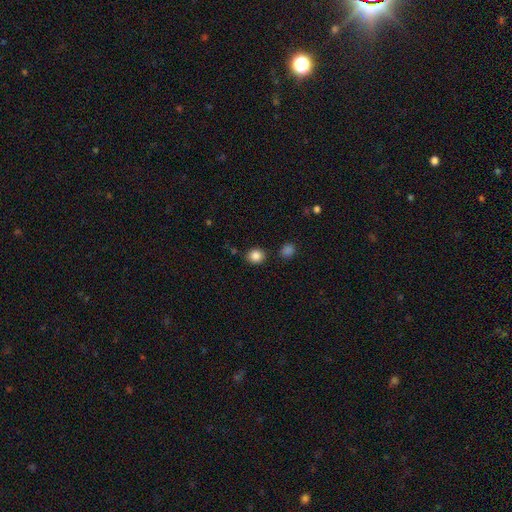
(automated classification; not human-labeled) Smooth or featured?
  - smooth: 86% *
  - star or artifact: 10%
  - featured or disk: 4%
How rounded?
  - round: 81% *
  - in between: 19%
  - cigar-shaped: 1%
Merging?
  - none: 83% *
  - minor disturbance: 9%
  - merger: 4%
  - major disturbance: 3%